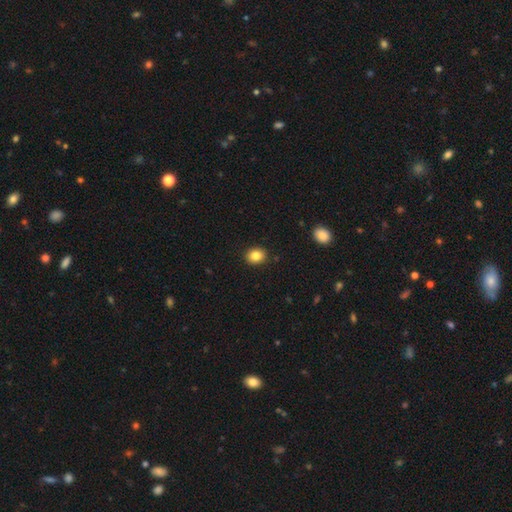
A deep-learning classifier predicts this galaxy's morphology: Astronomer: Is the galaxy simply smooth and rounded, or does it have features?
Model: smooth — 84%.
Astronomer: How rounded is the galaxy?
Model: round — 59% (runner-up: in between, 41%).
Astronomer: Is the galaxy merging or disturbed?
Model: none — 91%.